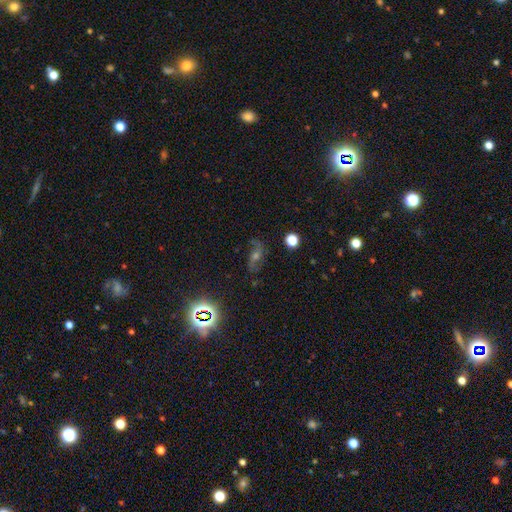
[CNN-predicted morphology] A featured or disk galaxy (62%) with no bar (47%), 2 (89%) loose (60%) spiral arms (93%) and a moderate central bulge (56%). Merging: none (77%).